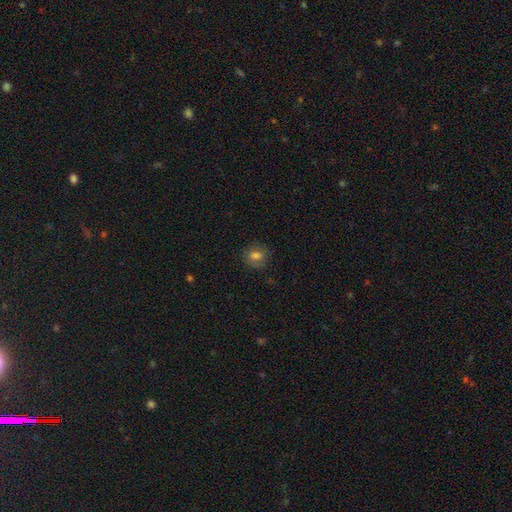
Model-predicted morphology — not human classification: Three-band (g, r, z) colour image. It shows a smooth galaxy with no disk features (76%) that is round (54%). Merging: none (79%).